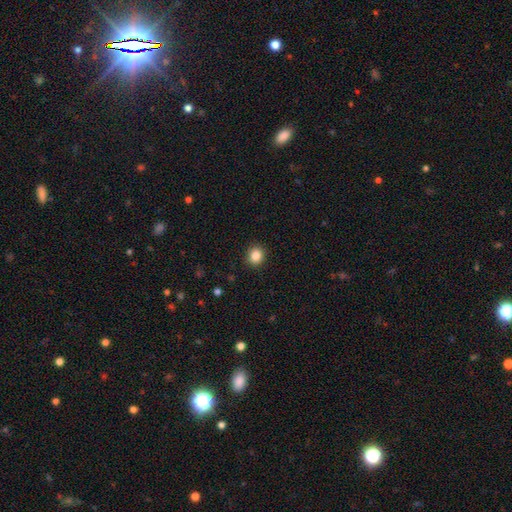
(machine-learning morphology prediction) A smooth galaxy with no disk features (86%) that is round (82%).

Vote fractions:
- Smooth or featured? smooth: 86% / star or artifact: 10% / featured or disk: 4%
- How rounded? round: 82% / in between: 17% / cigar-shaped: 1%
- Merging? none: 91% / minor disturbance: 6% / major disturbance: 2% / merger: 1%